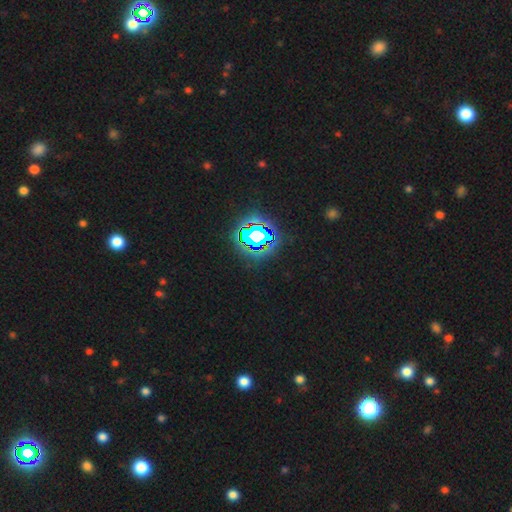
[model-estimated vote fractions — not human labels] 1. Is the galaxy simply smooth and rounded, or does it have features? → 82% star or artifact, 11% smooth, 7% featured or disk.